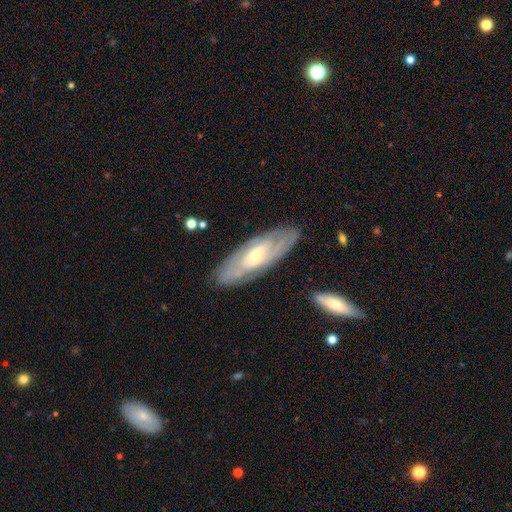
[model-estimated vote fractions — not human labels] Smooth or featured? featured or disk (73%)
Edge-on disk? no (82%)
Bar? no (46%)
Spiral arms? yes (78%)
Bulge size? small (50%)
Merging? none (80%)